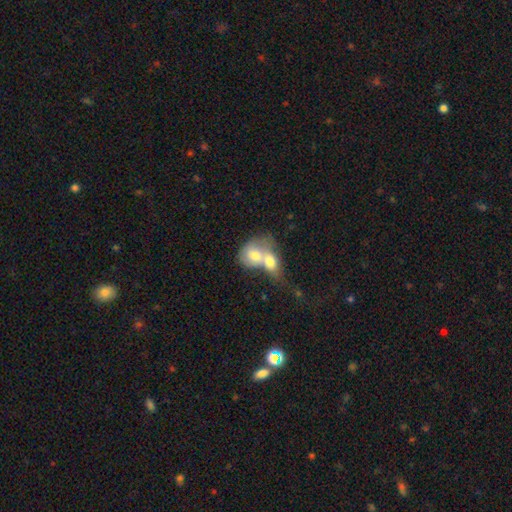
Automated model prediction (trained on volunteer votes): smooth-or-featured: smooth: 66% | featured or disk: 26% | star or artifact: 8%
  how-rounded: round: 50% | in between: 48% | cigar-shaped: 2%
  merging: merger: 79% | none: 12% | minor disturbance: 5% | major disturbance: 4%